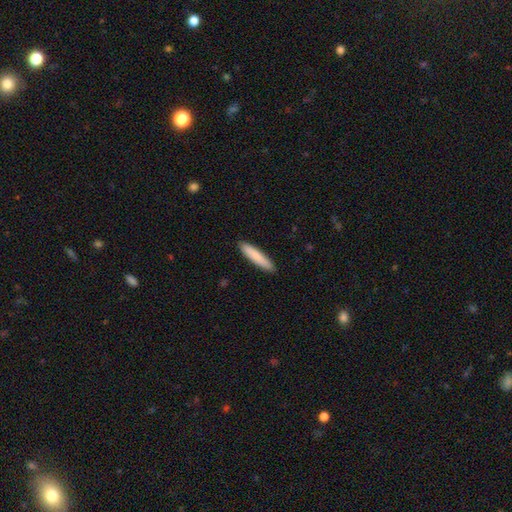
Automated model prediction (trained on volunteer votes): The model was most divided on "smooth or featured": smooth: 83%, featured or disk: 11%, star or artifact: 5%. More confident: merging — none (90%); how rounded — cigar-shaped (88%).